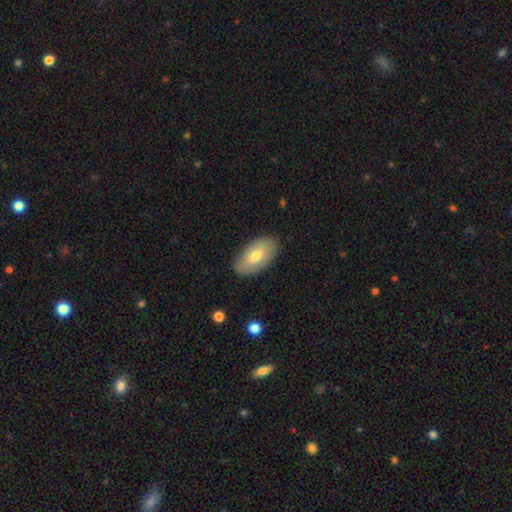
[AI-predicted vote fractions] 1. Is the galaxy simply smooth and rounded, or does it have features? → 65% smooth, 29% featured or disk, 6% star or artifact.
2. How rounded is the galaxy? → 94% in between, 3% round, 2% cigar-shaped.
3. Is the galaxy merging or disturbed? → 87% none, 10% minor disturbance, 2% major disturbance, 1% merger.